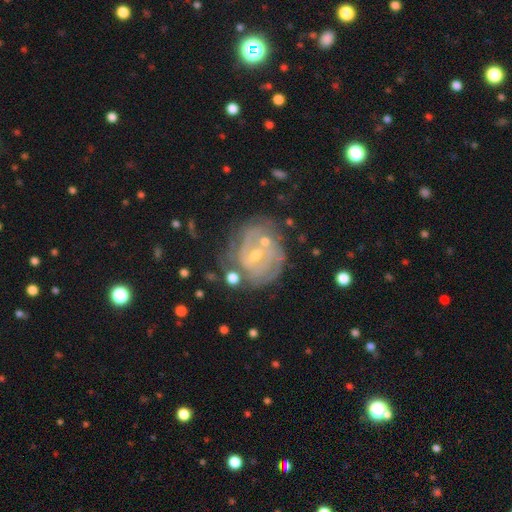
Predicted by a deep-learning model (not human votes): Smooth or featured: featured or disk — 79% (smooth — 14%)
Edge-on disk: no — 97% (yes — 3%)
Bar: weak — 47% (no — 40%)
Spiral arms: yes — 82% (no — 18%)
Spiral winding: tight — 64% (medium — 27%)
Spiral arm count: can't tell — 45% (2 — 25%)
Bulge size: small — 58% (moderate — 38%)
Merging: none — 55% (minor disturbance — 21%)